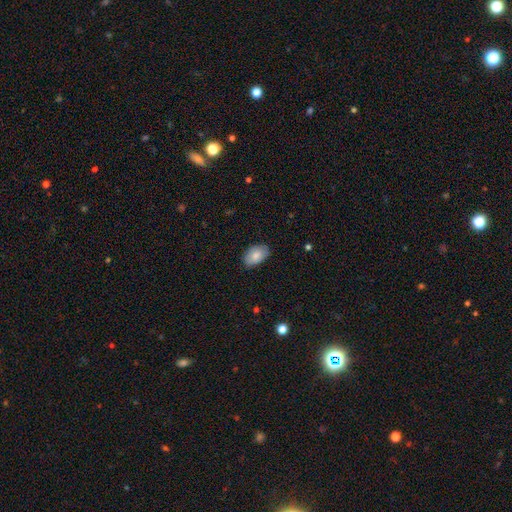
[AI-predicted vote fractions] A smooth galaxy with no disk features (82%) that is in between round and cigar-shaped (92%). Merging: none (82%).